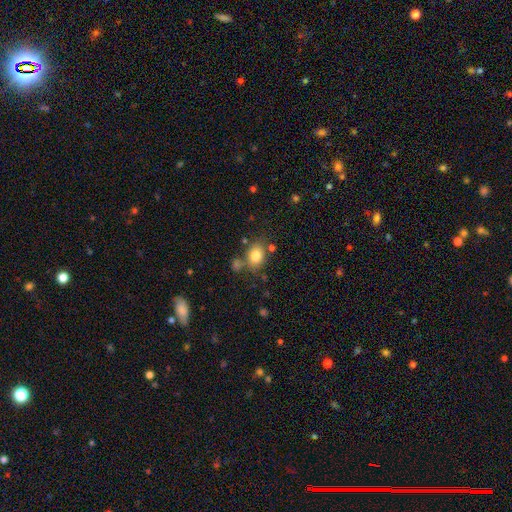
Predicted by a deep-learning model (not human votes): The model was most divided on "how rounded": in between: 66%, round: 33%, cigar-shaped: 1%. More confident: smooth or featured — smooth (80%); merging — none (68%).